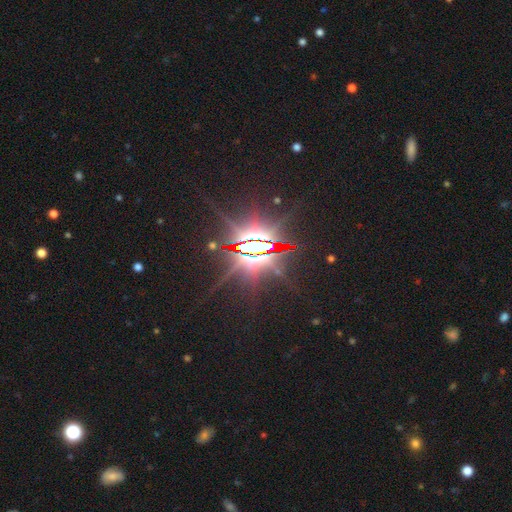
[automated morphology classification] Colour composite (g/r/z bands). It shows a star or artifact, not a galaxy (83%).